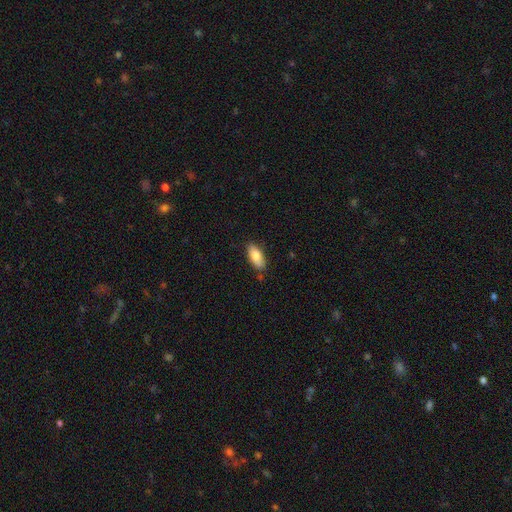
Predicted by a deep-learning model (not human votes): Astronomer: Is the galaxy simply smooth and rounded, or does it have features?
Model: smooth — 80%.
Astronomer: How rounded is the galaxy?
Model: in between — 86%.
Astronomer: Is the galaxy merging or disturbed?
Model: none — 82%.